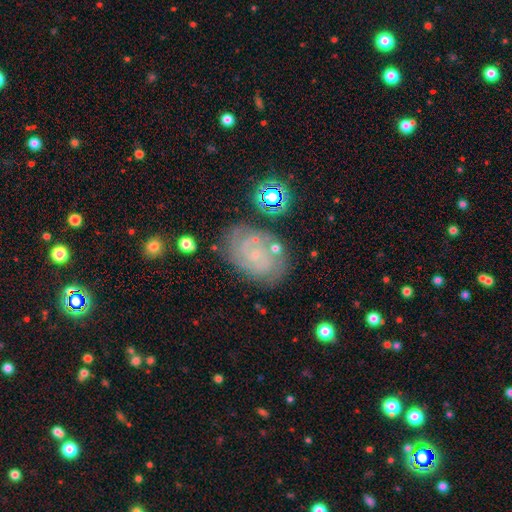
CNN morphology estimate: type=featured or disk (76%); edge-on=no (97%); bar=no (70%); spiral arms=yes (93%); winding=tight (67%); arm count=can't tell (34%); bulge=small (80%); merging=none (72%).